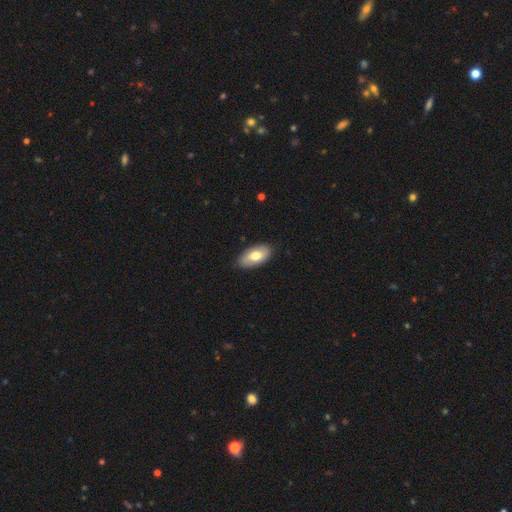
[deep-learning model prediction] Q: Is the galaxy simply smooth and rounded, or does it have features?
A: smooth — 70%.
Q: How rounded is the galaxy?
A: in between — 94%.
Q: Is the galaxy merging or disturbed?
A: none — 86%.